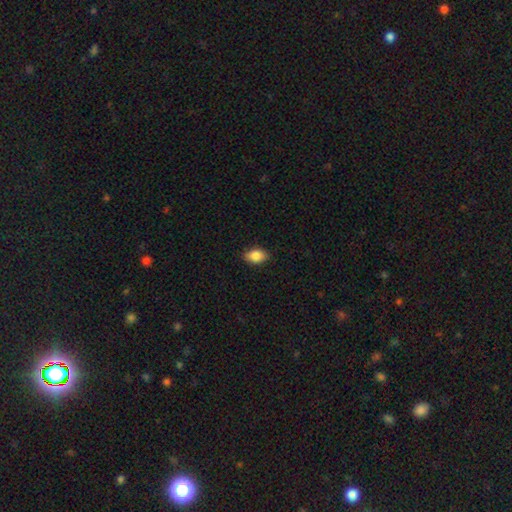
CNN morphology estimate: smooth_or_featured: smooth (p=0.88) [alt: star or artifact p=0.07]
how_rounded: in between (p=0.87) [alt: round p=0.11]
merging: none (p=0.88) [alt: minor disturbance p=0.09]